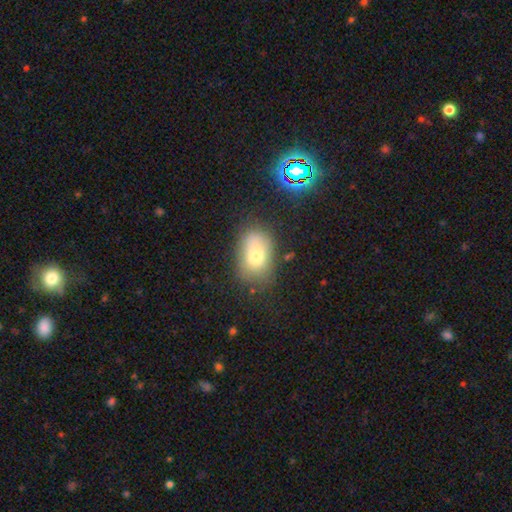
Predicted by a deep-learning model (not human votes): The model was most divided on "merging": none: 66%, minor disturbance: 21%, major disturbance: 7%, merger: 5%. More confident: how rounded — in between (79%); smooth or featured — smooth (72%).